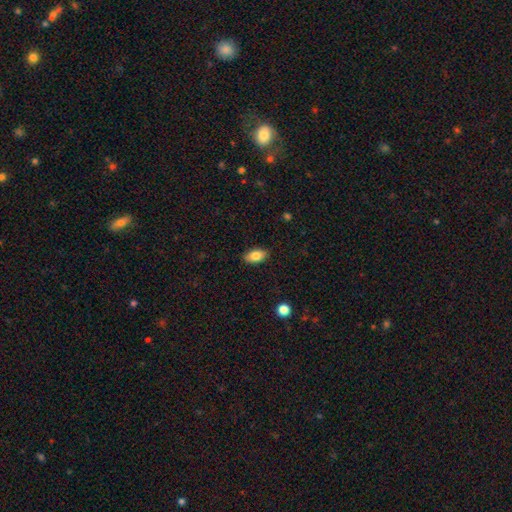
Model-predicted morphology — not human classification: Smooth or featured? smooth (82%)
How rounded? in between (91%)
Merging? none (88%)